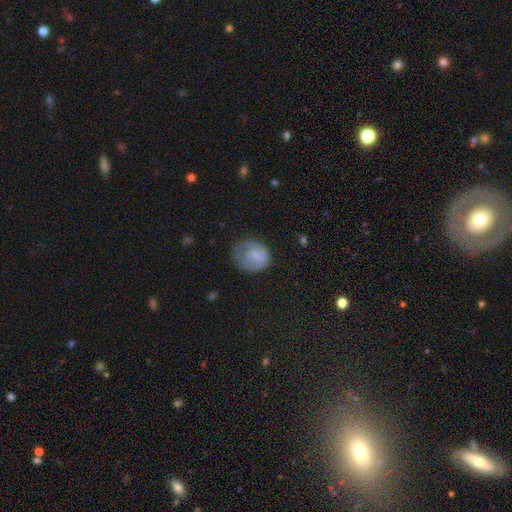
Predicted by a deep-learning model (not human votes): Morphology: type=smooth (61%); roundness=round (72%); merging=none (42%).